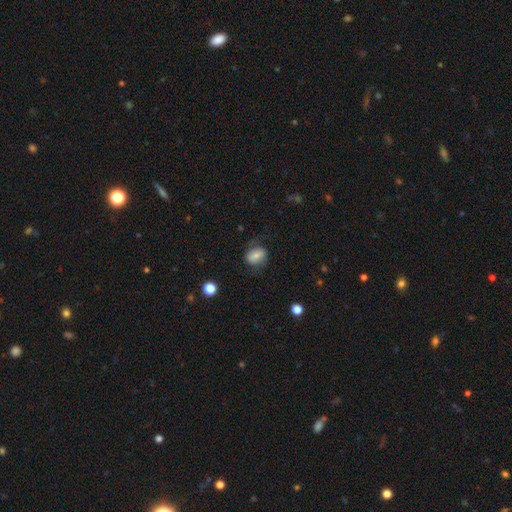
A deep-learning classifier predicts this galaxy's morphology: Smooth or featured?
  - smooth: 62% *
  - featured or disk: 29%
  - star or artifact: 9%
How rounded?
  - in between: 56% *
  - round: 43%
  - cigar-shaped: 1%
Merging?
  - none: 67% *
  - minor disturbance: 19%
  - major disturbance: 12%
  - merger: 2%